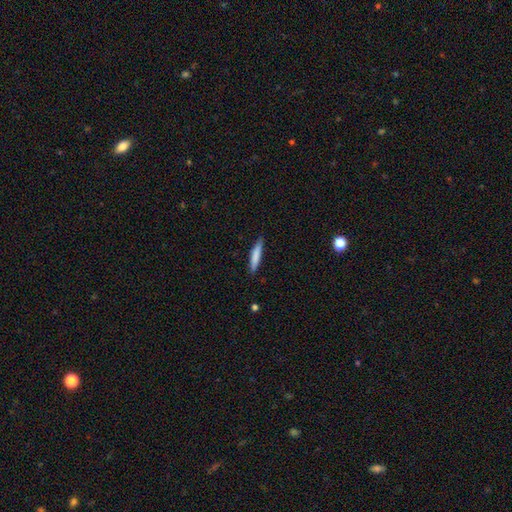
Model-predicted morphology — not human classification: smooth_or_featured: smooth (p=0.79) [alt: featured or disk p=0.15]
how_rounded: cigar-shaped (p=0.90) [alt: in between p=0.09]
merging: none (p=0.84) [alt: minor disturbance p=0.13]